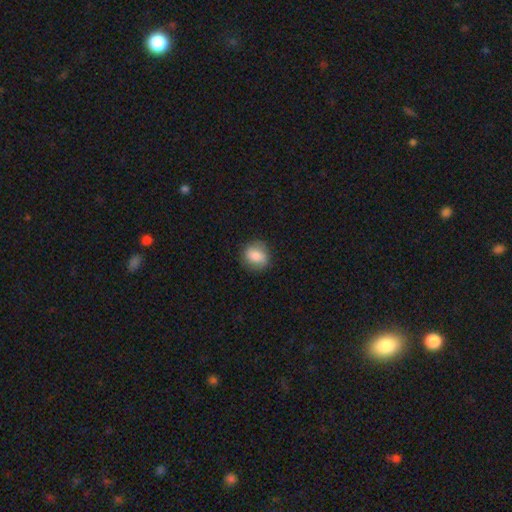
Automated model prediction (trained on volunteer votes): Smooth or featured: smooth — 78% (featured or disk — 14%)
How rounded: round — 75% (in between — 24%)
Merging: none — 82% (minor disturbance — 13%)